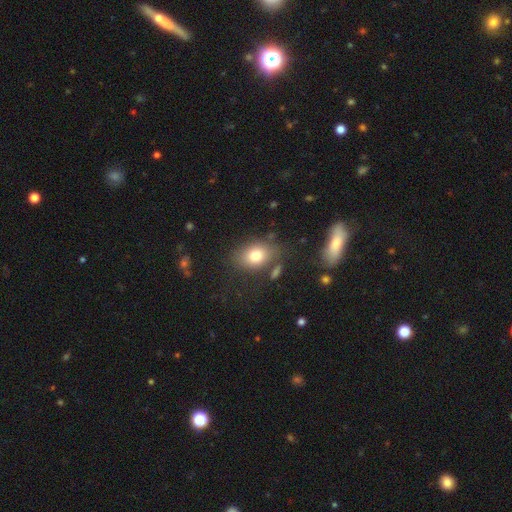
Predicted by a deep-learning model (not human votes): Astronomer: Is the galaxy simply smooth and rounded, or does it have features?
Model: smooth — 78%.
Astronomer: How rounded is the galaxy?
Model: in between — 70%.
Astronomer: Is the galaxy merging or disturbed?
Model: none — 73%.